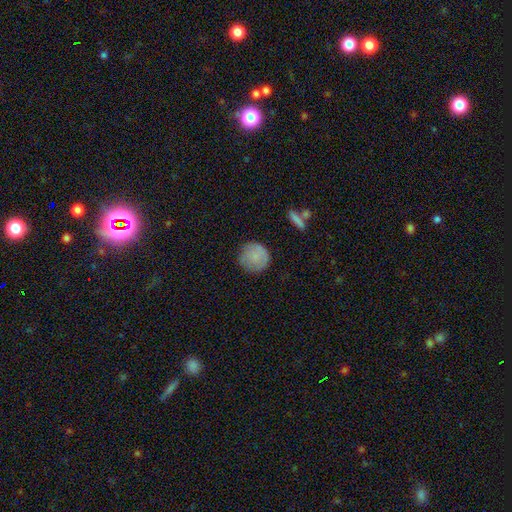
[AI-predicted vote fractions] Smooth or featured: smooth — 82% (featured or disk — 11%)
How rounded: round — 94% (in between — 5%)
Merging: none — 81% (minor disturbance — 14%)